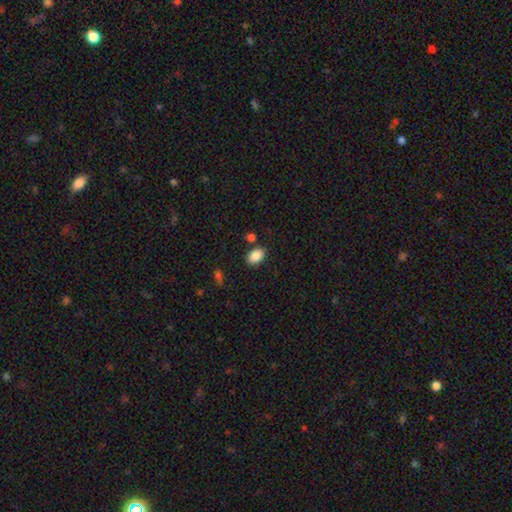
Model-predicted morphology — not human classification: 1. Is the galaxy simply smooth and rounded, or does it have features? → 88% smooth, 8% star or artifact, 4% featured or disk.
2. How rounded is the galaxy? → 84% in between, 15% round, 1% cigar-shaped.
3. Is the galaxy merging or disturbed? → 83% none, 10% minor disturbance, 5% merger, 3% major disturbance.